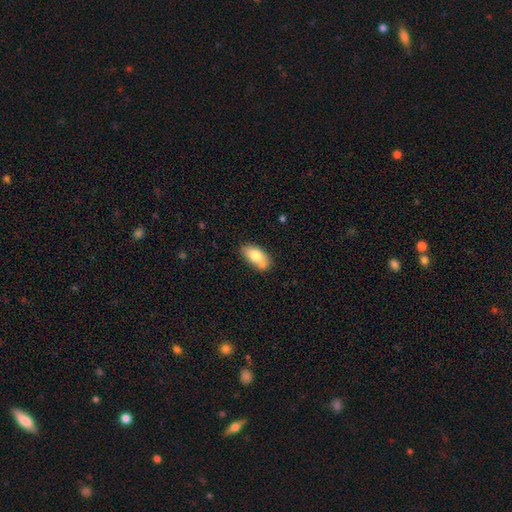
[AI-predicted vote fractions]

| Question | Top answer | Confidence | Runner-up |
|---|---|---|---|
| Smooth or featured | smooth | 75% | featured or disk (18%) |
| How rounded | in between | 90% | round (5%) |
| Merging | none | 59% | minor disturbance (23%) |